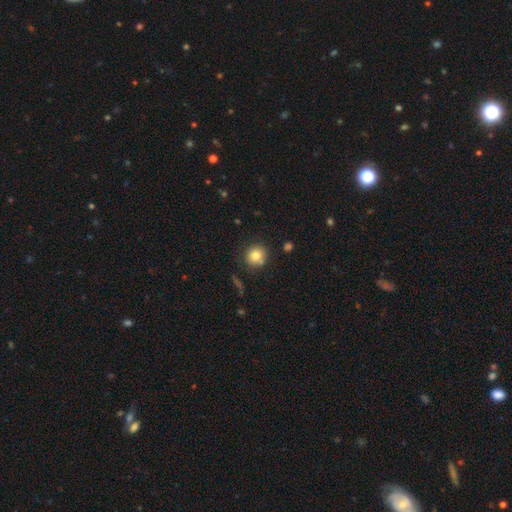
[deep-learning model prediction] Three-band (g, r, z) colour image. It shows a smooth galaxy with no disk features (80%) that is round (91%). Merging: none (81%).